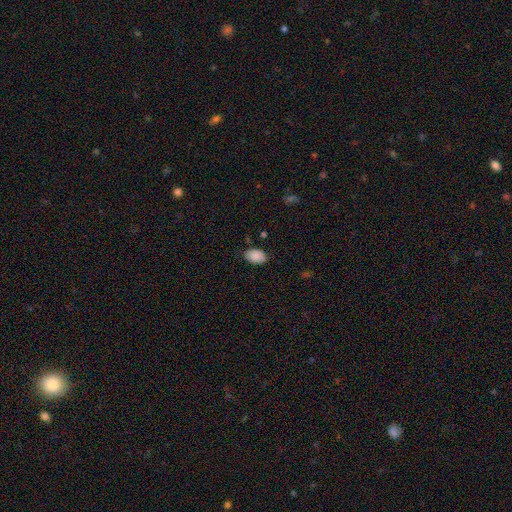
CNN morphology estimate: smooth_or_featured: smooth (p=0.89) [alt: star or artifact p=0.08]
how_rounded: in between (p=0.89) [alt: round p=0.10]
merging: none (p=0.78) [alt: minor disturbance p=0.17]